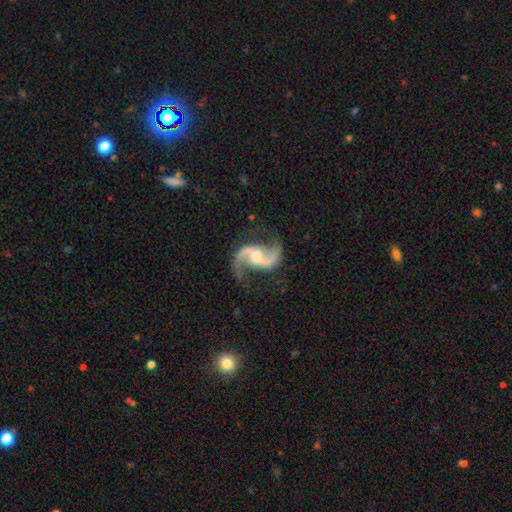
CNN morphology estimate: Overall: featured or disk (93%). Edge-on disk: no (98%). Bar: weak (43%; no 39%). Spiral arms: yes (98%). Spiral arm count: 2 (94%). Spiral winding: loose (54%; medium 39%). Bulge size: moderate (56%; small 29%). Merging: none (78%).